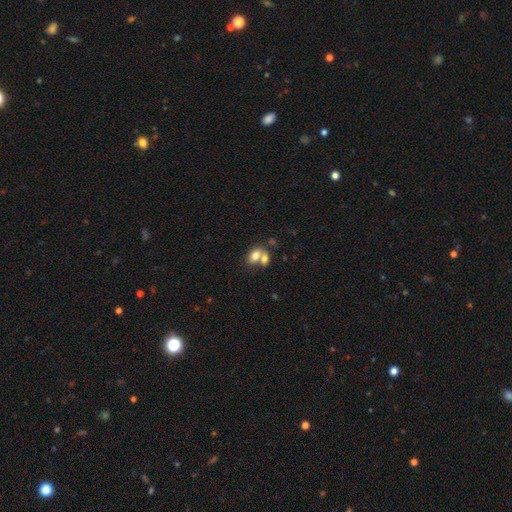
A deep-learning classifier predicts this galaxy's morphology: Smooth or featured?
  - smooth: 75% *
  - featured or disk: 16%
  - star or artifact: 9%
How rounded?
  - in between: 80% *
  - round: 18%
  - cigar-shaped: 2%
Merging?
  - merger: 60% *
  - none: 28%
  - minor disturbance: 8%
  - major disturbance: 4%